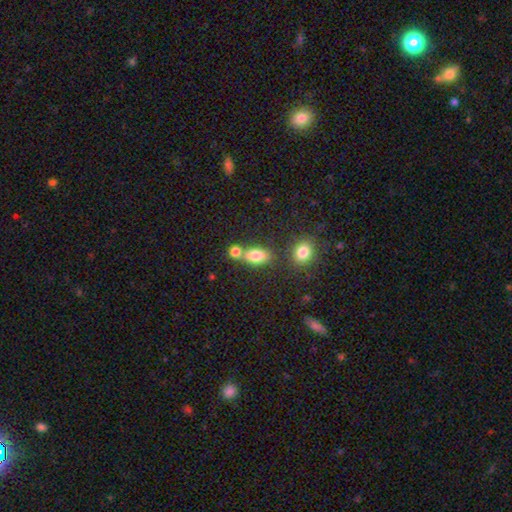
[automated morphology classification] A smooth galaxy with no disk features (80%) that is in between round and cigar-shaped (80%). Merging: none (53%).